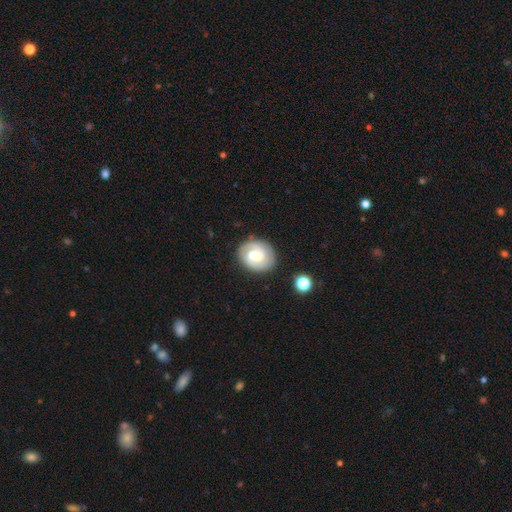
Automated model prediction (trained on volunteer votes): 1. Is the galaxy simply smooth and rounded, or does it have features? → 76% featured or disk, 18% smooth, 5% star or artifact.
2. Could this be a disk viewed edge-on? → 98% no, 2% yes.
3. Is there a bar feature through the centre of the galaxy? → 56% weak, 24% no, 20% strong.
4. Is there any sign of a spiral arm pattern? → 92% yes, 8% no.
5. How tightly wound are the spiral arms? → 46% tight, 41% medium, 13% loose.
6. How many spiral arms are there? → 83% 2, 7% can't tell, 5% 1, 2% 3, 1% 4, 1% more than 4.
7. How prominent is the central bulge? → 60% moderate, 18% small, 17% large, 3% none, 2% dominant.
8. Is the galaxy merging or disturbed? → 83% none, 11% minor disturbance, 4% major disturbance, 2% merger.